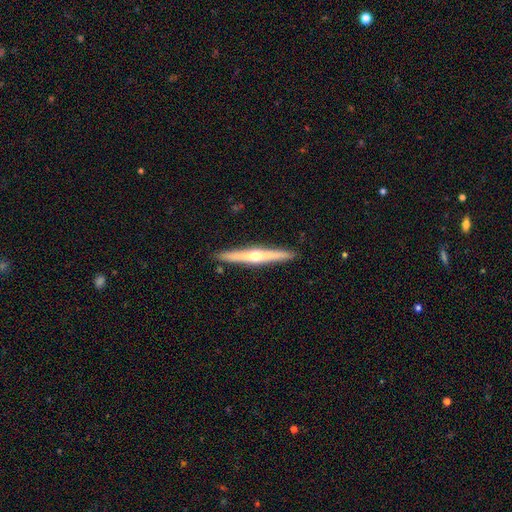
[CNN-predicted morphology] Smooth or featured?
  - featured or disk: 70% *
  - smooth: 25%
  - star or artifact: 5%
Edge-on disk?
  - yes: 97% *
  - no: 3%
Edge-on bulge?
  - rounded: 90% *
  - none: 9%
  - boxy: 2%
Merging?
  - none: 91% *
  - minor disturbance: 6%
  - major disturbance: 1%
  - merger: 1%